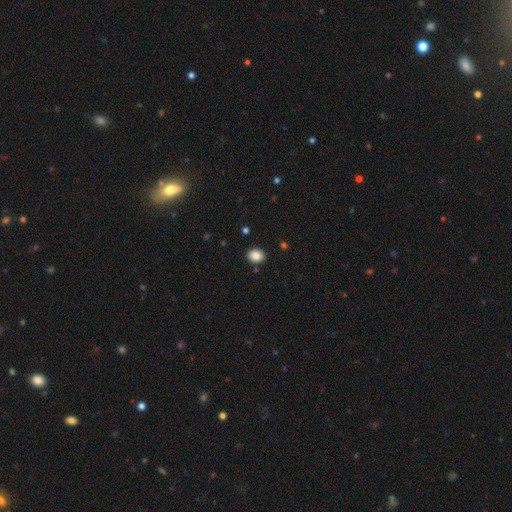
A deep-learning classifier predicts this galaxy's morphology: This appears to be a smooth galaxy with no disk features (87%) that is in between round and cigar-shaped (53%). Merging: none (89%).